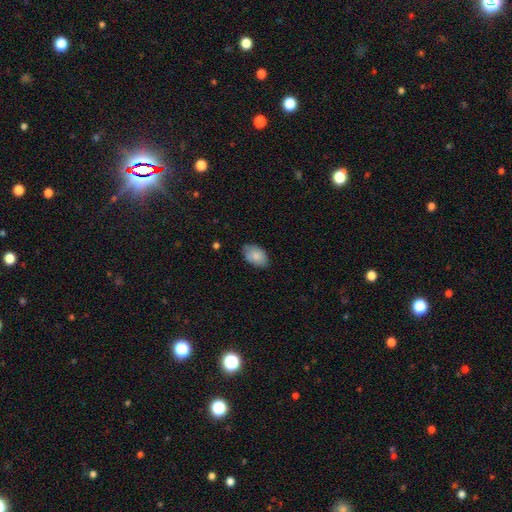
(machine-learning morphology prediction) smooth_or_featured: smooth (p=0.85) [alt: featured or disk p=0.09]
how_rounded: in between (p=0.91) [alt: round p=0.08]
merging: none (p=0.76) [alt: minor disturbance p=0.19]